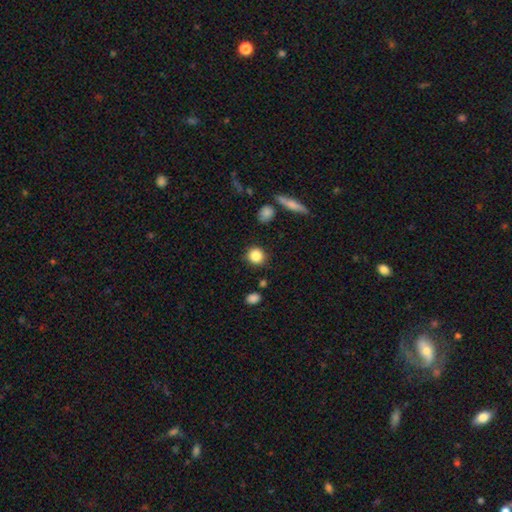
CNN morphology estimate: Overall: smooth (85%). How rounded: round (88%). Merging: none (86%).